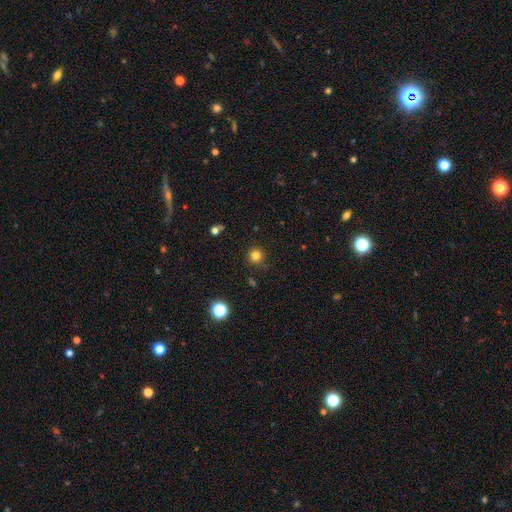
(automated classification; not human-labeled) smooth 80%, star or artifact 15%, featured or disk 5%. Down the decision tree: how rounded — round (95%); merging — none (88%).